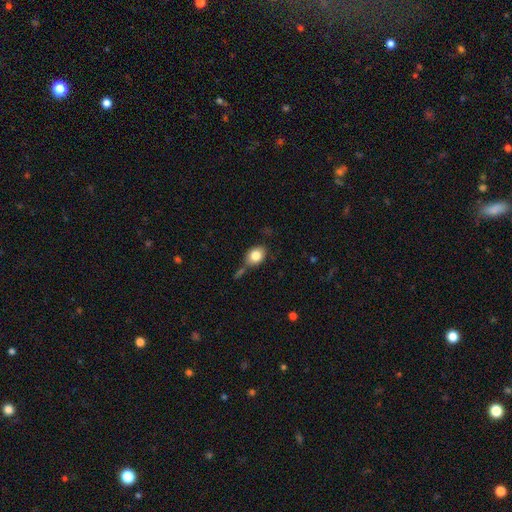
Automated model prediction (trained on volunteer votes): smooth-or-featured: smooth: 82% | featured or disk: 10% | star or artifact: 8%
  how-rounded: in between: 64% | round: 35% | cigar-shaped: 1%
  merging: none: 62% | minor disturbance: 19% | merger: 13% | major disturbance: 6%